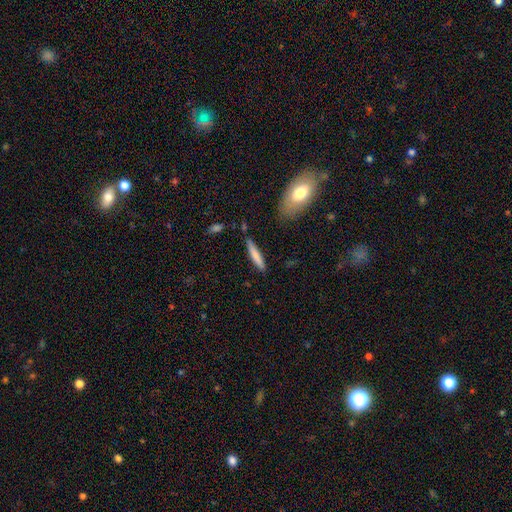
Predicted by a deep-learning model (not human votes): The model was most divided on "smooth or featured": smooth: 75%, featured or disk: 19%, star or artifact: 6%. More confident: how rounded — cigar-shaped (90%); merging — none (83%).